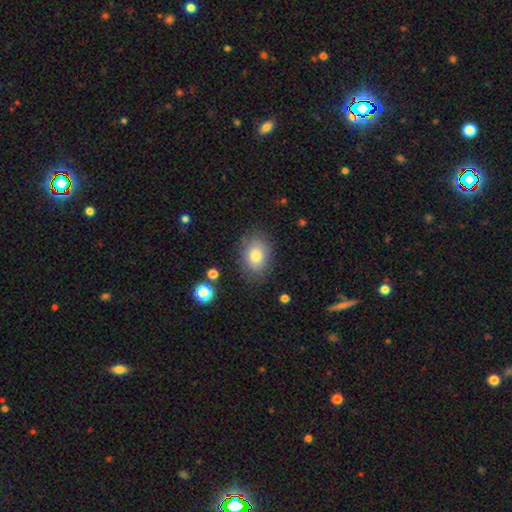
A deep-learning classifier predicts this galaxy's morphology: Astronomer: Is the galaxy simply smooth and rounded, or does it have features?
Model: smooth — 81%.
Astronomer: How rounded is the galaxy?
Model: in between — 75%.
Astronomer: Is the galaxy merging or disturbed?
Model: none — 80%.